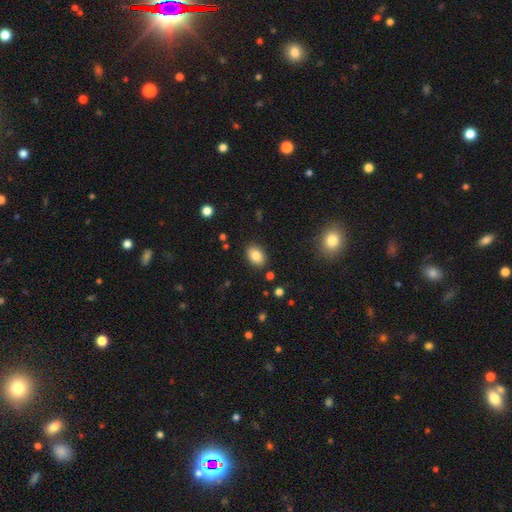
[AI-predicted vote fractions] A smooth galaxy with no disk features (83%) that is in between round and cigar-shaped (82%).

Vote fractions:
- Smooth or featured? smooth: 83% / star or artifact: 9% / featured or disk: 8%
- How rounded? in between: 82% / round: 17% / cigar-shaped: 1%
- Merging? none: 87% / minor disturbance: 9% / major disturbance: 2% / merger: 2%